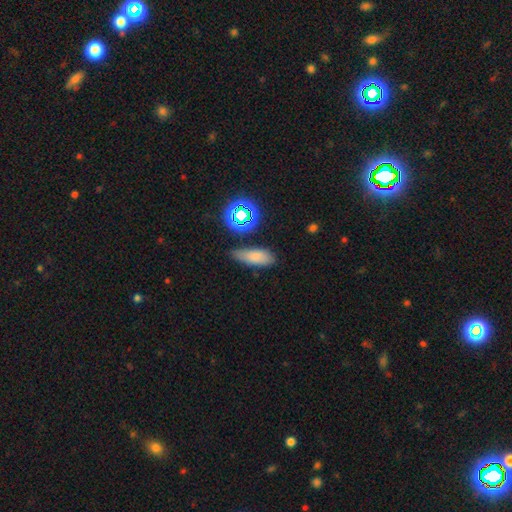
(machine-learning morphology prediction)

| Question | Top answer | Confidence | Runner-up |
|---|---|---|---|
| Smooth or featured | smooth | 74% | star or artifact (16%) |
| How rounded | in between | 63% | cigar-shaped (31%) |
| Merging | none | 70% | minor disturbance (20%) |